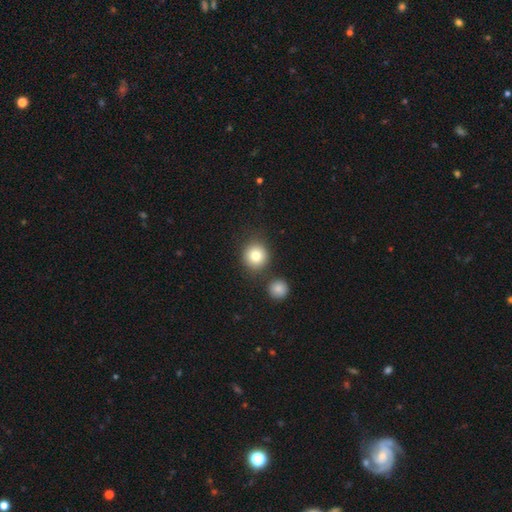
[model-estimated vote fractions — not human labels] smooth-or-featured: smooth: 82% | star or artifact: 10% | featured or disk: 8%
  how-rounded: round: 91% | in between: 8% | cigar-shaped: 1%
  merging: none: 77% | merger: 11% | minor disturbance: 9% | major disturbance: 3%